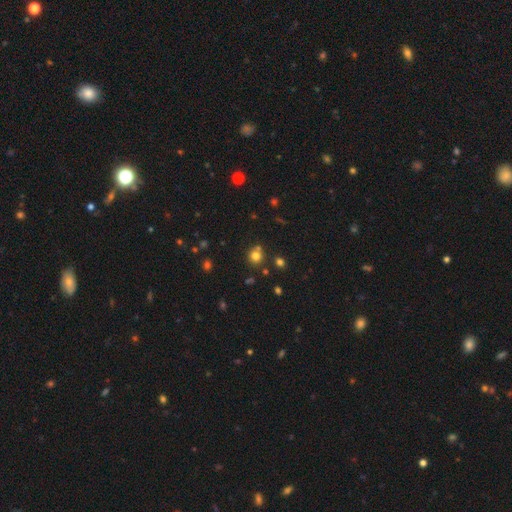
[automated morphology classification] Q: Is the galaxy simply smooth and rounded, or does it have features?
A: smooth — 75%.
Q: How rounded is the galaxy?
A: round — 90%.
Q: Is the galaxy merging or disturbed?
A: none — 73%.